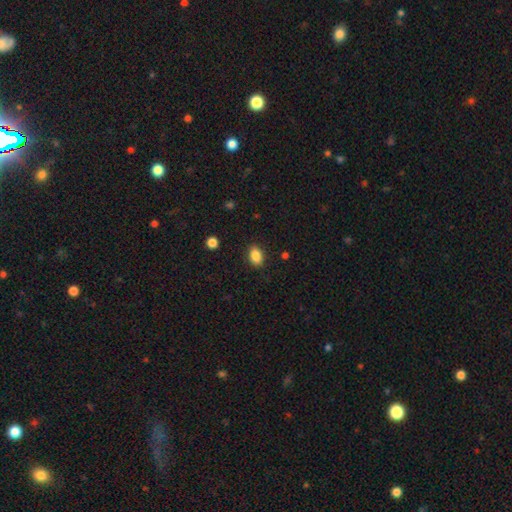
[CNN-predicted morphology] type=smooth (87%); roundness=in between (83%); merging=none (87%).